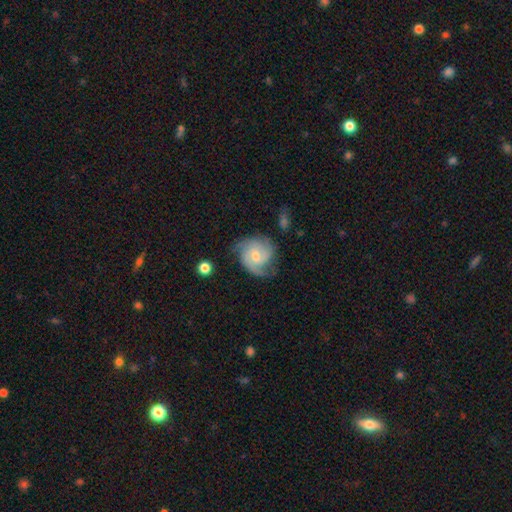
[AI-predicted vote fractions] Q: Smooth or featured?
A: featured or disk (77%); runner-up: smooth (18%)
Q: Edge-on disk?
A: no (98%); runner-up: yes (2%)
Q: Bar?
A: no (57%); runner-up: weak (38%)
Q: Spiral arms?
A: yes (95%); runner-up: no (5%)
Q: Spiral winding?
A: tight (46%); runner-up: medium (41%)
Q: Spiral arm count?
A: 2 (39%); runner-up: 3 (29%)
Q: Bulge size?
A: small (48%); runner-up: moderate (47%)
Q: Merging?
A: none (65%); runner-up: minor disturbance (23%)